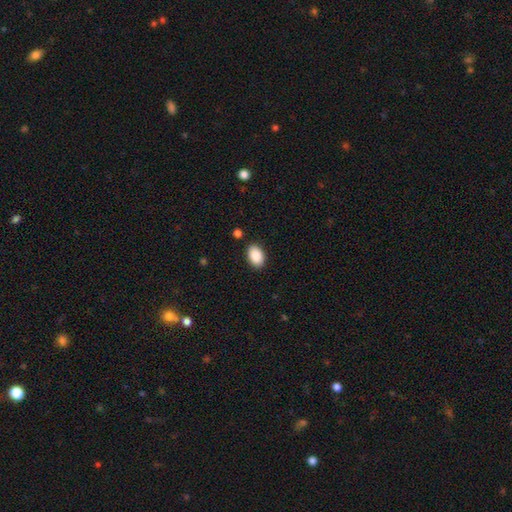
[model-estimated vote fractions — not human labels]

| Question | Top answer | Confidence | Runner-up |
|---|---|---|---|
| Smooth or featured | smooth | 90% | star or artifact (7%) |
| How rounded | in between | 90% | round (9%) |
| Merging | none | 87% | minor disturbance (9%) |